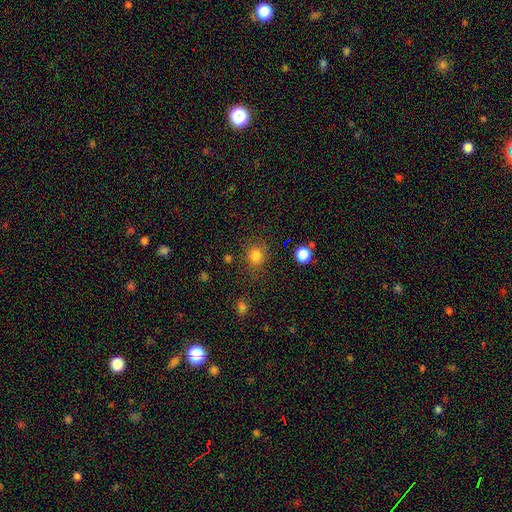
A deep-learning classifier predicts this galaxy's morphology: Smooth or featured: smooth — 80% (star or artifact — 13%)
How rounded: round — 80% (in between — 19%)
Merging: none — 76% (minor disturbance — 14%)